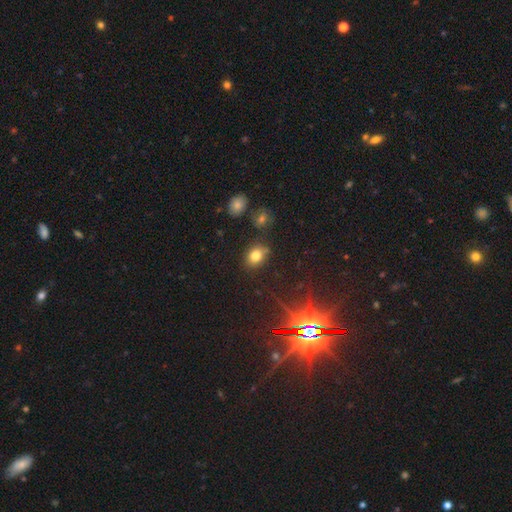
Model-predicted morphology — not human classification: Smooth or featured? smooth (77%)
How rounded? in between (64%)
Merging? none (78%)